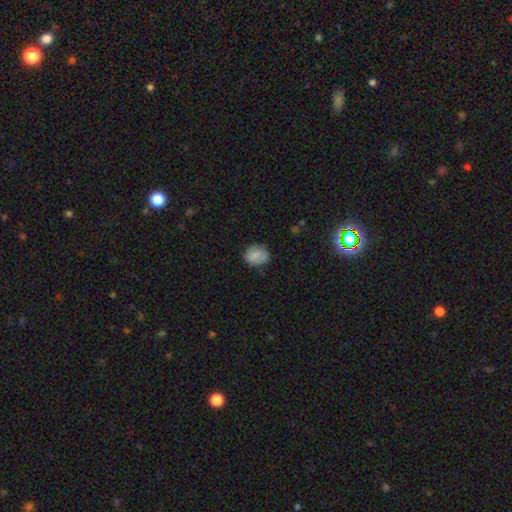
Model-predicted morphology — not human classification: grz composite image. It shows a smooth galaxy with no disk features (78%) that is round (55%). Merging: none (73%).